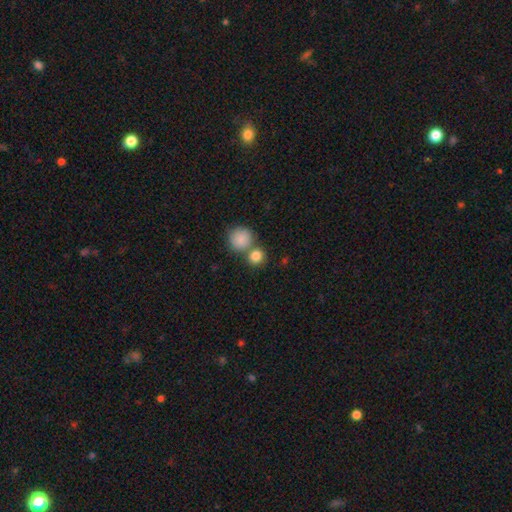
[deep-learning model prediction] This is clearly a smooth galaxy (84%). How rounded: clearly round (85%). Merging: possibly none (53%).